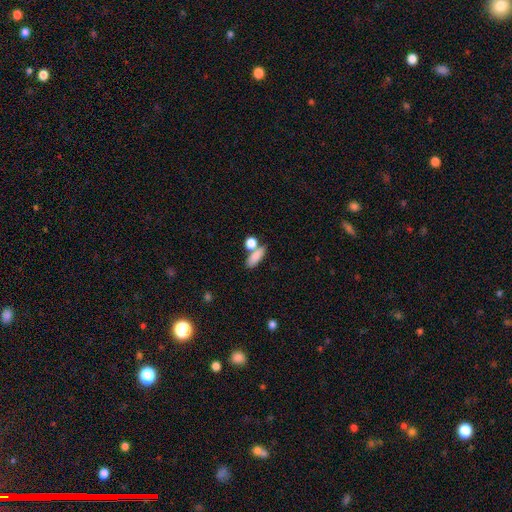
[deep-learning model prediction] smooth-or-featured: smooth: 83% | featured or disk: 9% | star or artifact: 8%
  how-rounded: in between: 67% | cigar-shaped: 23% | round: 11%
  merging: none: 53% | merger: 30% | minor disturbance: 12% | major disturbance: 5%